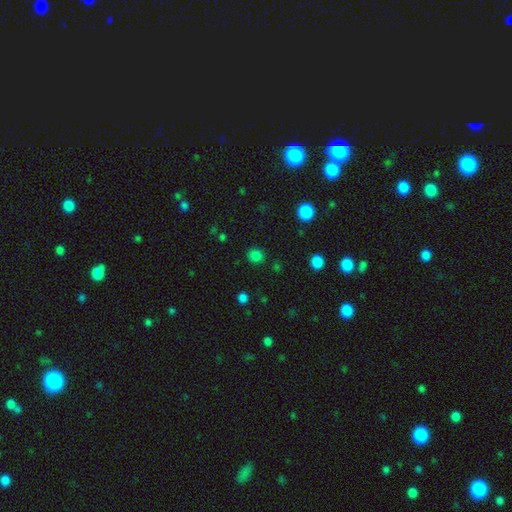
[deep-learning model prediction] Smooth or featured? smooth (81%)
How rounded? round (80%)
Merging? none (87%)